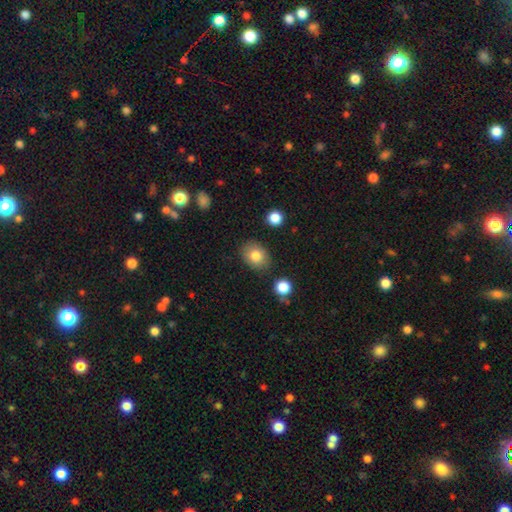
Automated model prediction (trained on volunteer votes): smooth 81%, featured or disk 10%, star or artifact 9%. Down the decision tree: how rounded — in between (65%); merging — none (84%).